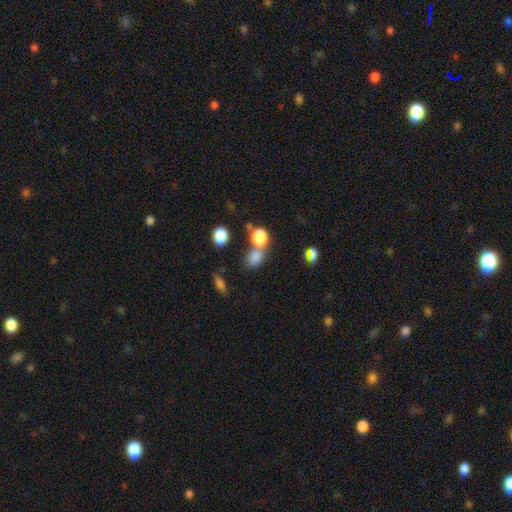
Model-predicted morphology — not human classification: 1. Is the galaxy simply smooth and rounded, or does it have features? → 78% smooth, 15% star or artifact, 7% featured or disk.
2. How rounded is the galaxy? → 56% round, 41% in between, 2% cigar-shaped.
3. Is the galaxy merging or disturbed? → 45% merger, 42% none, 9% minor disturbance, 5% major disturbance.